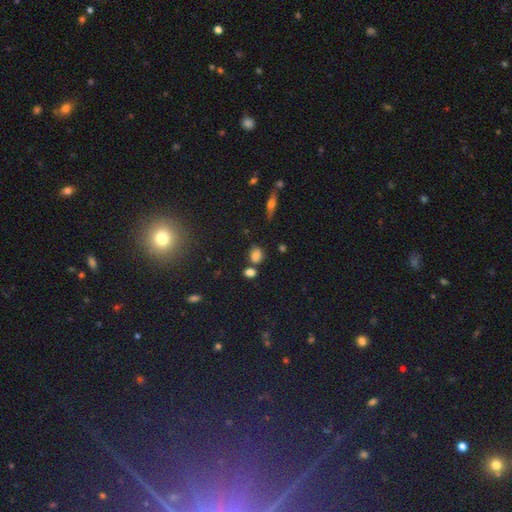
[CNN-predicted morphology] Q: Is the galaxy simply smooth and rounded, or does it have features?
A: smooth — 78%.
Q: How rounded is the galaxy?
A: round — 53%.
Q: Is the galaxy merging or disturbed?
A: none — 64%.